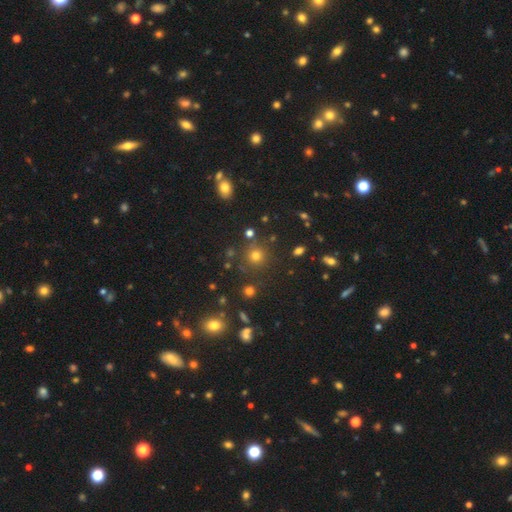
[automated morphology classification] smooth-or-featured: smooth: 67% | star or artifact: 25% | featured or disk: 8%
  how-rounded: round: 92% | in between: 7% | cigar-shaped: 1%
  merging: none: 82% | minor disturbance: 8% | merger: 6% | major disturbance: 3%